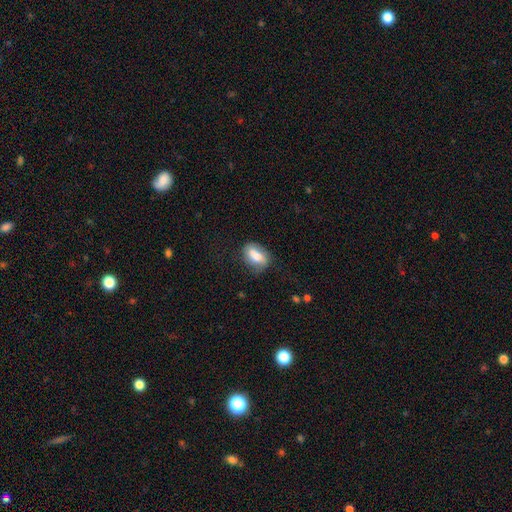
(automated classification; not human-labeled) The model was most divided on "merging": none: 59%, minor disturbance: 27%, major disturbance: 9%, merger: 5%. More confident: how rounded — in between (84%); smooth or featured — smooth (71%).